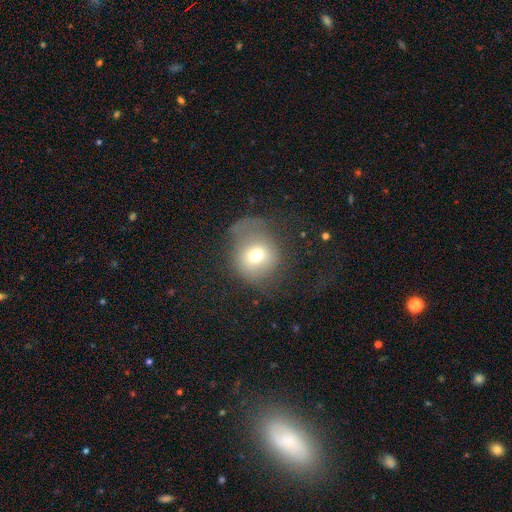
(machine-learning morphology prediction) The model was most divided on "merging": none: 38%, major disturbance: 34%, minor disturbance: 26%, merger: 2%. More confident: how rounded — round (81%); smooth or featured — smooth (67%).